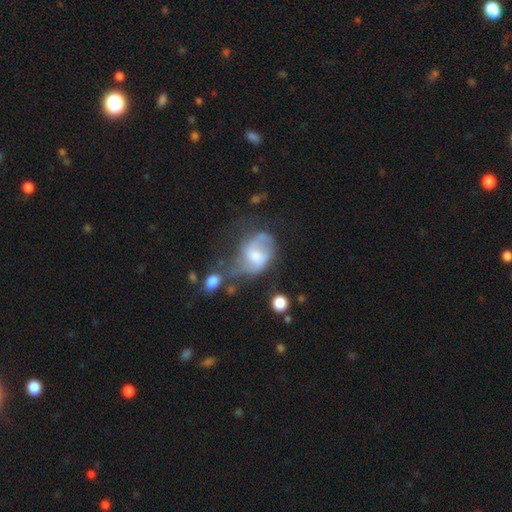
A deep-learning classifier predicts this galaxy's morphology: smooth-or-featured: featured or disk: 63% | smooth: 28% | star or artifact: 8%
  disk-edge-on: no: 97% | yes: 3%
    bar: no: 48% | weak: 43% | strong: 9%
    has-spiral-arms: yes: 80% | no: 20%
    bulge-size: moderate: 50% | small: 27% | large: 13% | none: 8% | dominant: 2%
  merging: major disturbance: 32% | none: 27% | minor disturbance: 23% | merger: 18%